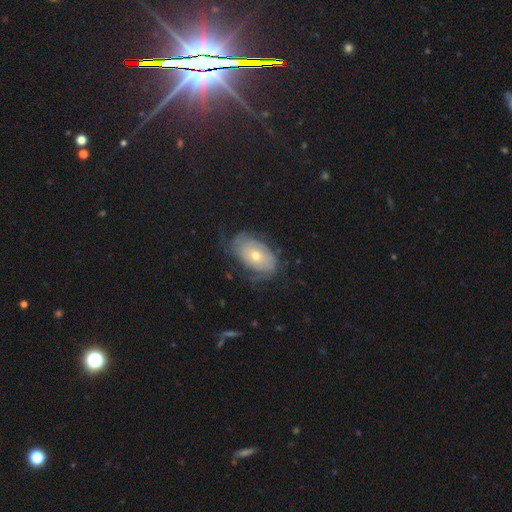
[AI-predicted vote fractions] A featured or disk galaxy (49%). Merging: none (58%).